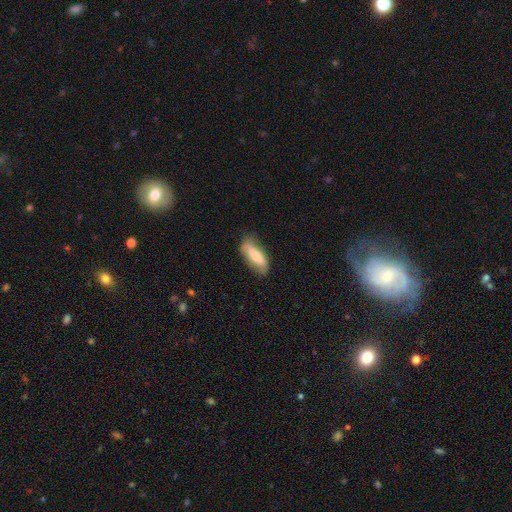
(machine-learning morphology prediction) This is likely a smooth galaxy (72%). How rounded: likely in between (72%). Merging: likely none (68%).